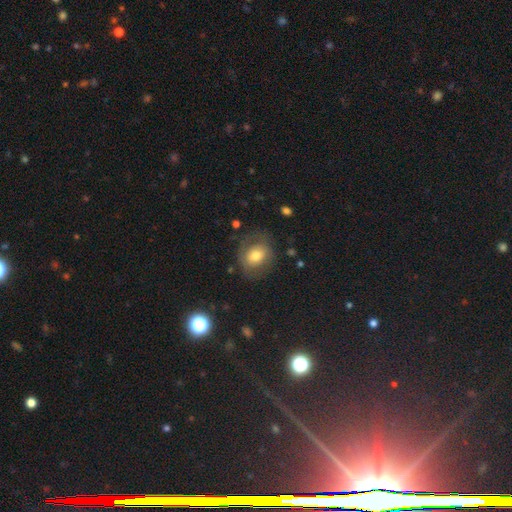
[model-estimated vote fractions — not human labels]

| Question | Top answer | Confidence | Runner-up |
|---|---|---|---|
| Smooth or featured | smooth | 62% | featured or disk (28%) |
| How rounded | round | 60% | in between (39%) |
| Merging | none | 68% | minor disturbance (18%) |